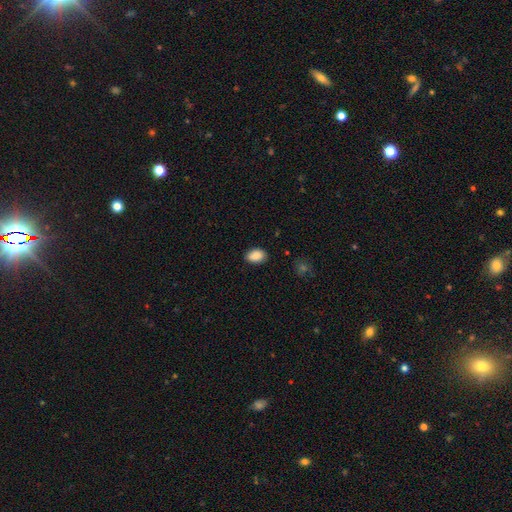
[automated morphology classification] smooth_or_featured: smooth (p=0.89) [alt: star or artifact p=0.08]
how_rounded: in between (p=0.85) [alt: round p=0.14]
merging: none (p=0.85) [alt: minor disturbance p=0.11]